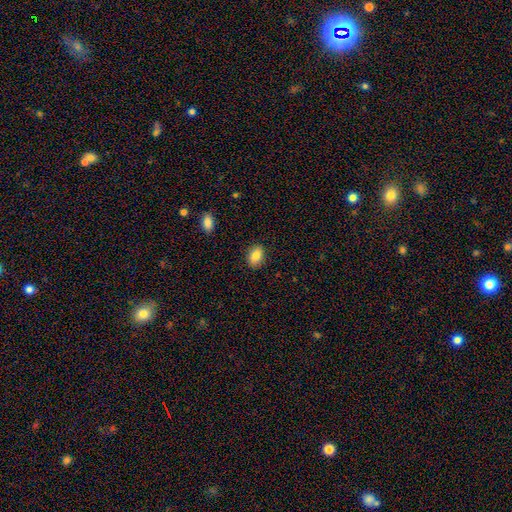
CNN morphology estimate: Smooth or featured: smooth — 85% (star or artifact — 8%)
How rounded: in between — 76% (round — 23%)
Merging: none — 88% (minor disturbance — 9%)